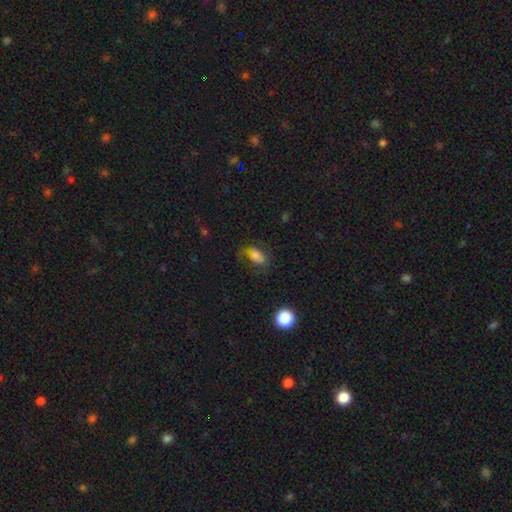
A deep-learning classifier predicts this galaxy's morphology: Smooth or featured? smooth (62%)
How rounded? in between (84%)
Merging? none (49%)